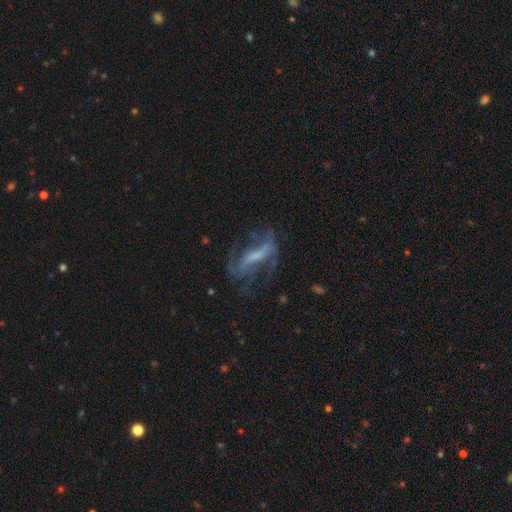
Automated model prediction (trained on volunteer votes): Smooth or featured? featured or disk (68%)
Edge-on disk? no (82%)
Bar? strong (47%)
Spiral arms? yes (66%)
Bulge size? none (36%)
Merging? none (47%)